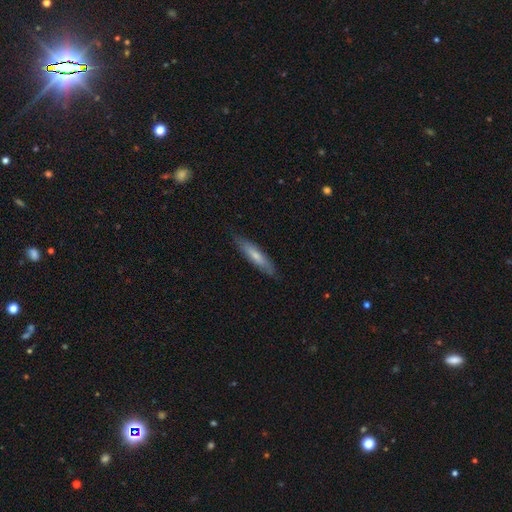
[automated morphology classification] smooth 63%, featured or disk 31%, star or artifact 5%. Down the decision tree: how rounded — cigar-shaped (81%); merging — none (82%).